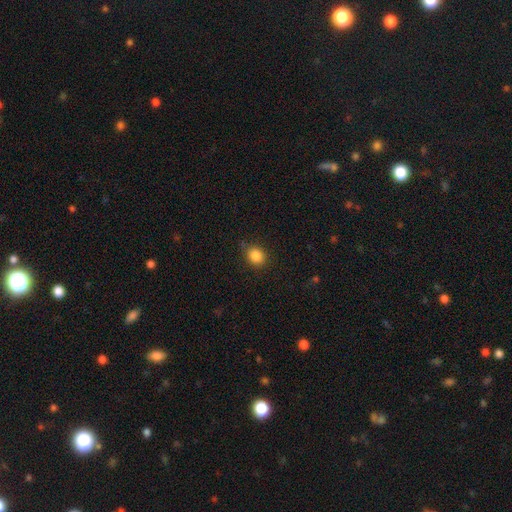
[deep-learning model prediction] A smooth galaxy with no disk features (85%) that is round (60%). Merging: none (79%).